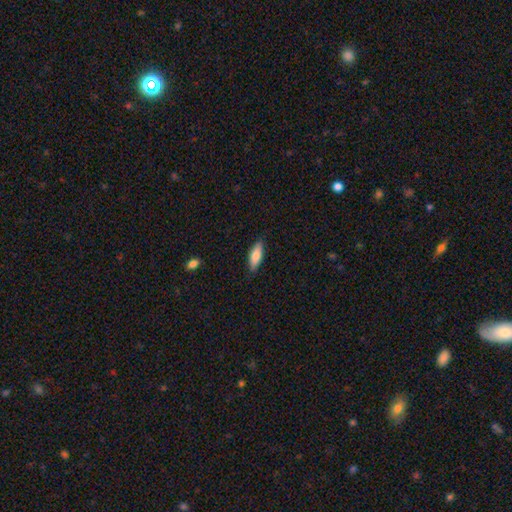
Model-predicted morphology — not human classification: smooth 80%, featured or disk 14%, star or artifact 6%. Down the decision tree: how rounded — in between (60%); merging — none (85%).